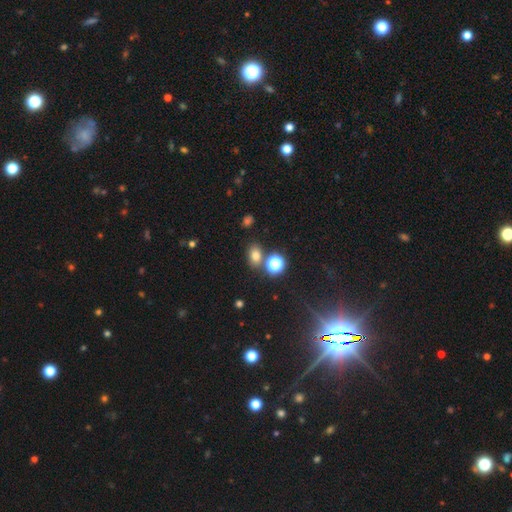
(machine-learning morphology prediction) Smooth or featured? Predicted: smooth (p=0.73). How rounded? Predicted: in between (p=0.63). Merging? Predicted: none (p=0.75).